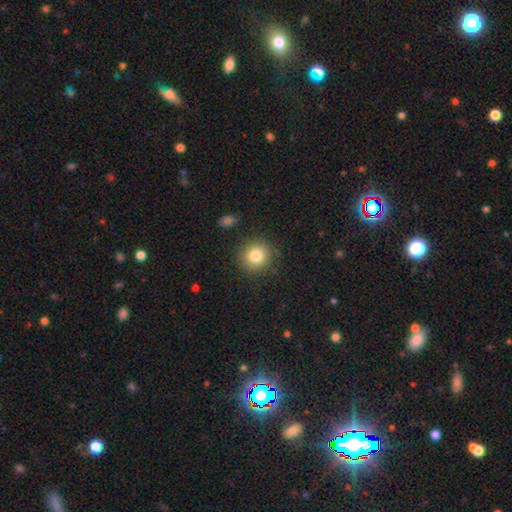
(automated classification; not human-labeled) smooth 82%, star or artifact 10%, featured or disk 8%. Down the decision tree: how rounded — round (93%); merging — none (88%).